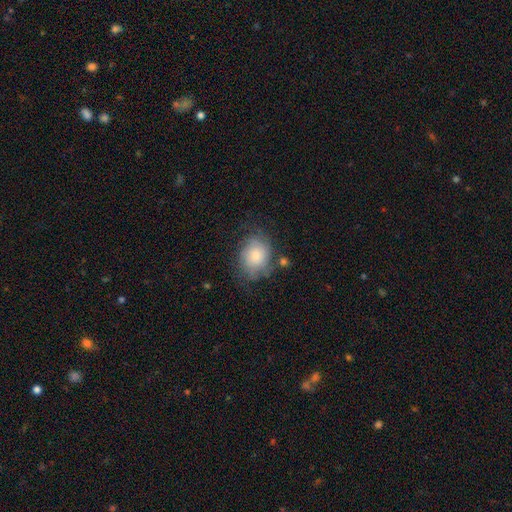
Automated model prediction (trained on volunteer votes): This appears to be a smooth galaxy with no disk features (47%). Merging: none (62%).